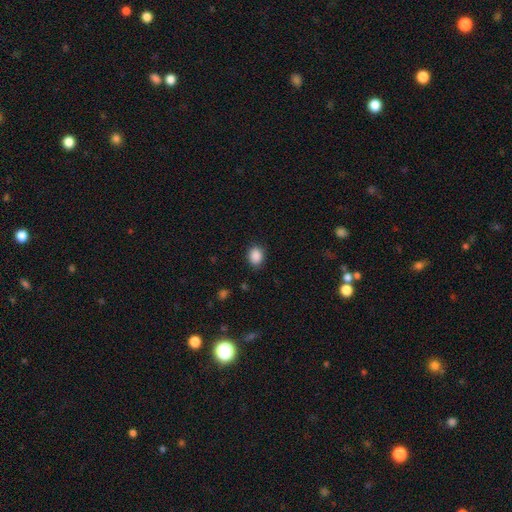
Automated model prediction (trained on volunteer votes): Smooth or featured? Predicted: smooth (p=0.88). How rounded? Predicted: in between (p=0.51). Merging? Predicted: none (p=0.86).